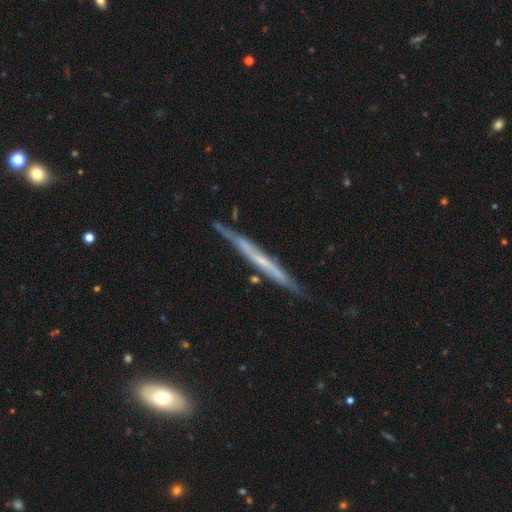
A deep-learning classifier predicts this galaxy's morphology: Overall: featured or disk (66%; smooth 27%). Edge-on disk: yes (95%). Edge-on bulge: none (80%). Merging: none (83%).